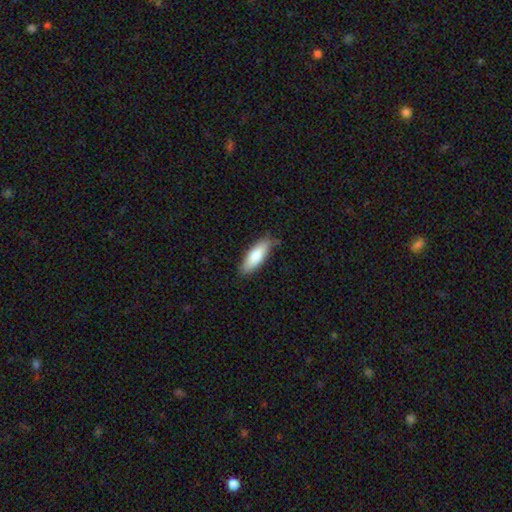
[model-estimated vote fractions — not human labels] This appears to be a smooth galaxy with no disk features (79%) that is in between round and cigar-shaped (58%). Merging: none (80%).